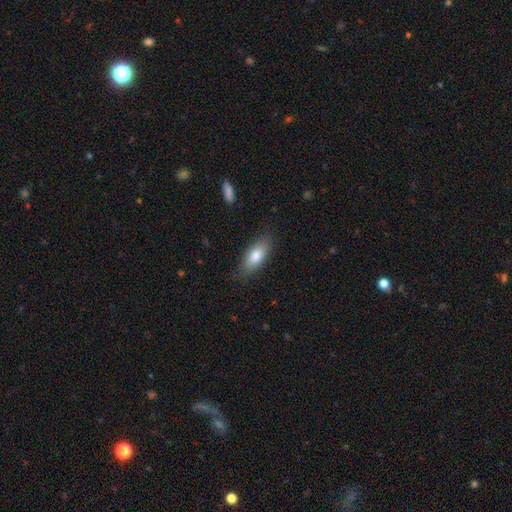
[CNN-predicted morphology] Smooth or featured?
  - smooth: 78% *
  - featured or disk: 16%
  - star or artifact: 6%
How rounded?
  - in between: 77% *
  - cigar-shaped: 21%
  - round: 3%
Merging?
  - none: 80% *
  - minor disturbance: 16%
  - major disturbance: 3%
  - merger: 1%